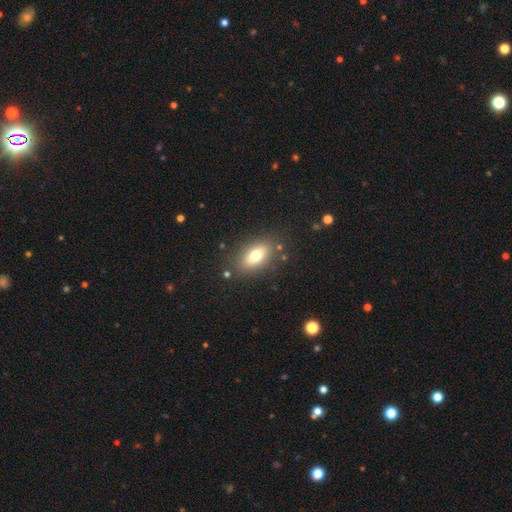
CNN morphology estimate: Overall: smooth (67%). How rounded: in between (81%). Merging: none (83%).